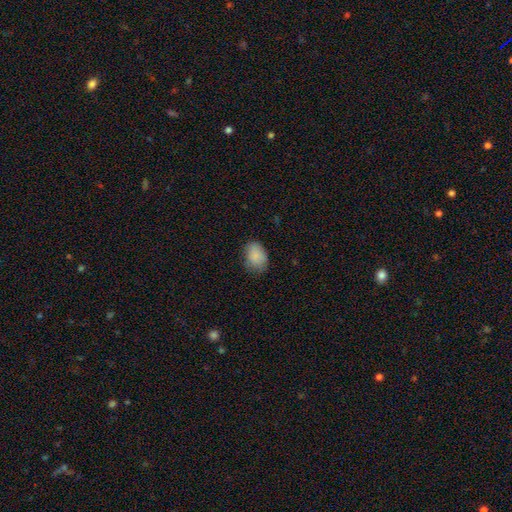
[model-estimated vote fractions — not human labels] This appears to be a smooth galaxy with no disk features (87%) that is in between round and cigar-shaped (76%). Merging: none (72%).